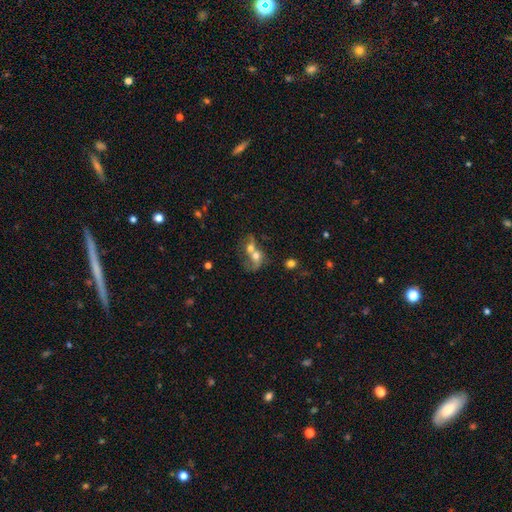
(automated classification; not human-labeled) Overall: smooth (54%; featured or disk 33%). How rounded: round (50%; in between 48%). Merging: merger (75%).